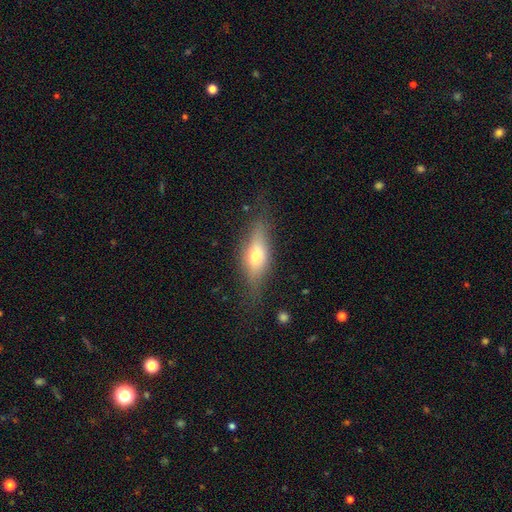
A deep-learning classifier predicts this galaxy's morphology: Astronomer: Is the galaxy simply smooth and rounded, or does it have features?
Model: featured or disk — 46%, tied with smooth at 46%.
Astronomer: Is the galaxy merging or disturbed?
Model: none — 75%.